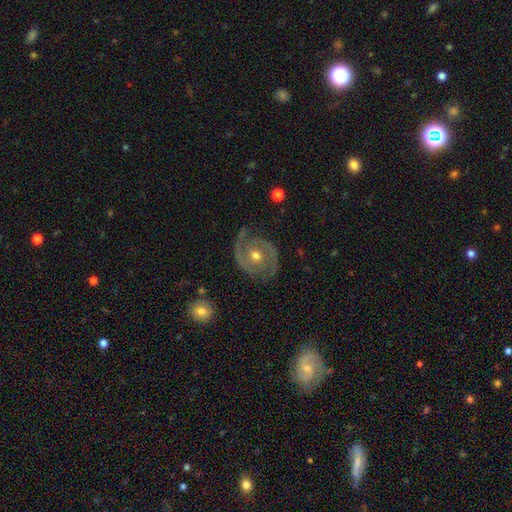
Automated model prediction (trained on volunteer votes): smooth_or_featured: featured or disk (p=0.90) [alt: smooth p=0.05]
disk_edge_on: no (p=0.98) [alt: yes p=0.02]
bar: no (p=0.69) [alt: weak p=0.24]
has_spiral_arms: yes (p=0.97) [alt: no p=0.03]
spiral_winding: tight (p=0.57) [alt: medium p=0.36]
spiral_arm_count: 2 (p=0.89) [alt: can't tell p=0.03]
bulge_size: moderate (p=0.71) [alt: small p=0.25]
merging: none (p=0.80) [alt: minor disturbance p=0.13]